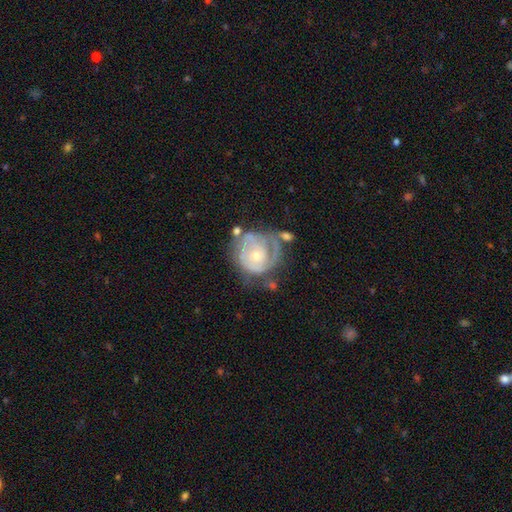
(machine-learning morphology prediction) This appears to be a featured or disk galaxy (78%) with no bar (78%), tight (70%) spiral arms (83%) and a small central bulge (54%). Merging: none (43%).